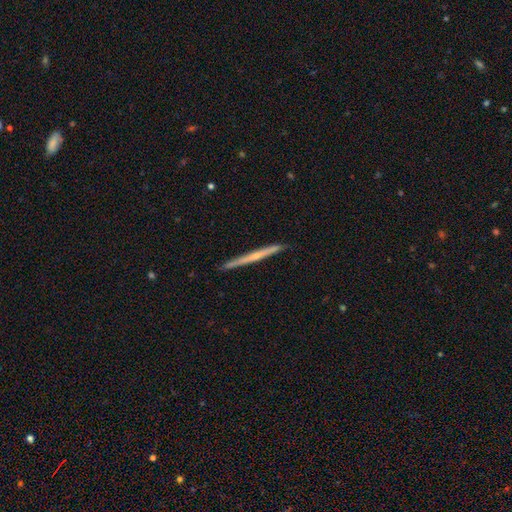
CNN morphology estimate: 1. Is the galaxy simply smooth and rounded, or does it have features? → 64% featured or disk, 30% smooth, 6% star or artifact.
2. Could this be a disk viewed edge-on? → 98% yes, 2% no.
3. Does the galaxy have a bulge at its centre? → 56% none, 39% rounded, 5% boxy.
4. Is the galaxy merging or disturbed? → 91% none, 7% minor disturbance, 1% major disturbance, 1% merger.